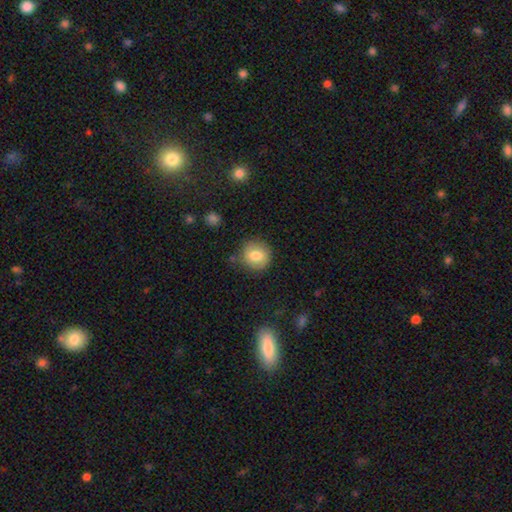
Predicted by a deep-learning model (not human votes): Smooth or featured? smooth (76%)
How rounded? round (89%)
Merging? none (82%)